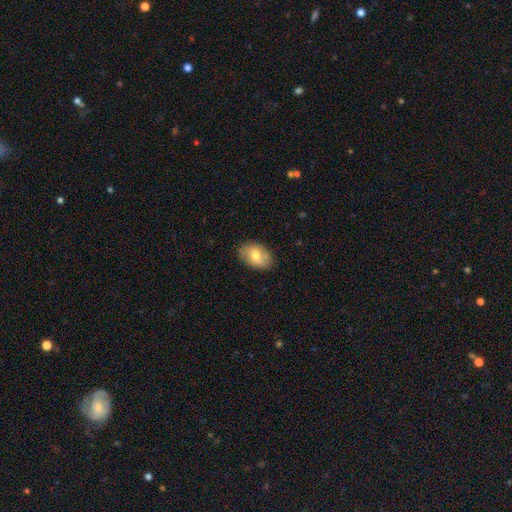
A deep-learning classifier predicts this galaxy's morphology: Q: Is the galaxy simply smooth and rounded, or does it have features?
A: smooth — 71%.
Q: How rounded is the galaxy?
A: in between — 85%.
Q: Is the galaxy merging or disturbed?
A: none — 81%.